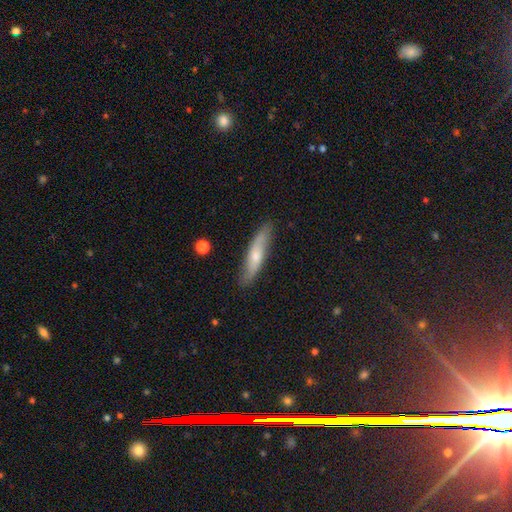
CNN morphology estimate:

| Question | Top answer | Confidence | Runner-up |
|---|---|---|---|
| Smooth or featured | smooth | 53% | featured or disk (41%) |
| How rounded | cigar-shaped | 80% | in between (19%) |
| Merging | none | 84% | minor disturbance (12%) |